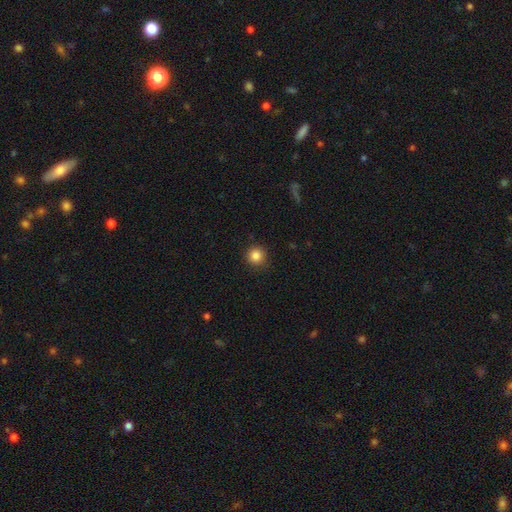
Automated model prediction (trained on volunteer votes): Morphology: type=smooth (85%); roundness=round (95%); merging=none (90%).